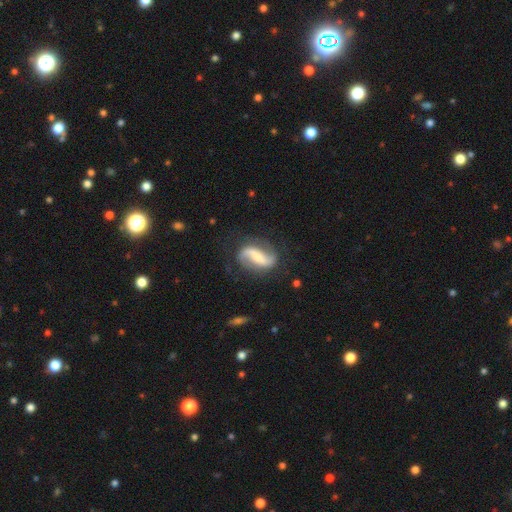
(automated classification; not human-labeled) Smooth or featured?
  - featured or disk: 84% *
  - smooth: 11%
  - star or artifact: 5%
Edge-on disk?
  - no: 96% *
  - yes: 4%
Bar?
  - strong: 45% *
  - weak: 32%
  - no: 23%
Spiral arms?
  - yes: 95% *
  - no: 5%
Spiral winding?
  - loose: 60% *
  - medium: 30%
  - tight: 10%
Spiral arm count?
  - 2: 92% *
  - 1: 3%
  - can't tell: 2%
  - 3: 1%
  - 4: 1%
  - more than 4: 1%
Bulge size?
  - small: 38% *
  - moderate: 33%
  - none: 16%
  - large: 10%
  - dominant: 3%
Merging?
  - none: 77% *
  - minor disturbance: 15%
  - major disturbance: 7%
  - merger: 2%